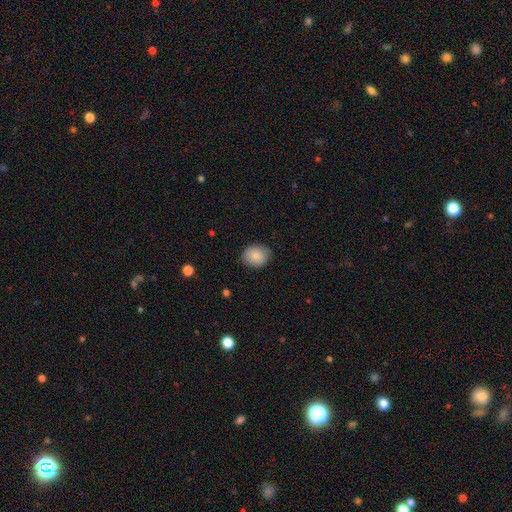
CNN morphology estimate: A smooth galaxy with no disk features (86%) that is round (60%).

Vote fractions:
- Smooth or featured? smooth: 86% / star or artifact: 7% / featured or disk: 7%
- How rounded? round: 60% / in between: 39% / cigar-shaped: 1%
- Merging? none: 81% / minor disturbance: 15% / major disturbance: 3% / merger: 1%